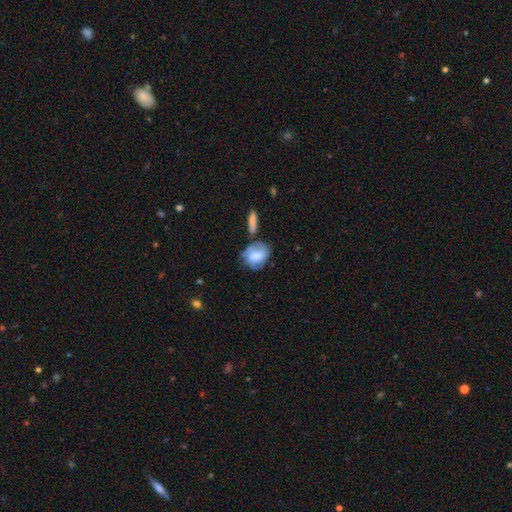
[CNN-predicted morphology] Overall: smooth (62%; featured or disk 31%). How rounded: in between (60%; round 38%). Merging: none (46%; minor disturbance 27%).